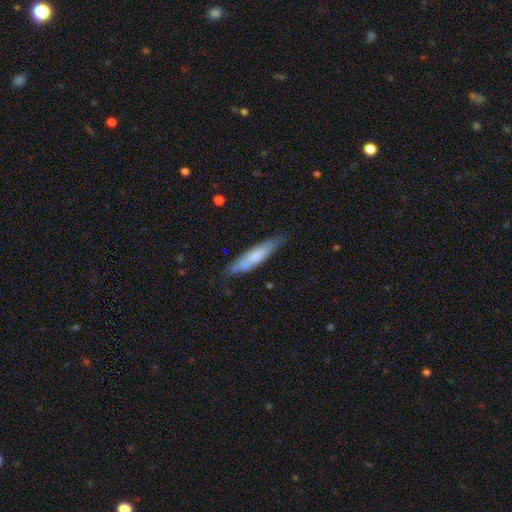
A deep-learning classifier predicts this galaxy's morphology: Smooth or featured?
  - smooth: 62% *
  - featured or disk: 32%
  - star or artifact: 6%
How rounded?
  - cigar-shaped: 77% *
  - in between: 21%
  - round: 1%
Merging?
  - none: 69% *
  - minor disturbance: 22%
  - merger: 5%
  - major disturbance: 5%